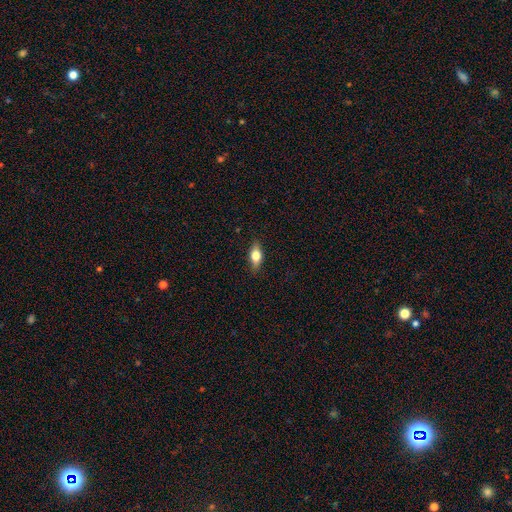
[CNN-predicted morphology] smooth_or_featured: smooth (p=0.62) [alt: featured or disk p=0.30]
how_rounded: in between (p=0.74) [alt: cigar-shaped p=0.19]
merging: none (p=0.86) [alt: minor disturbance p=0.11]